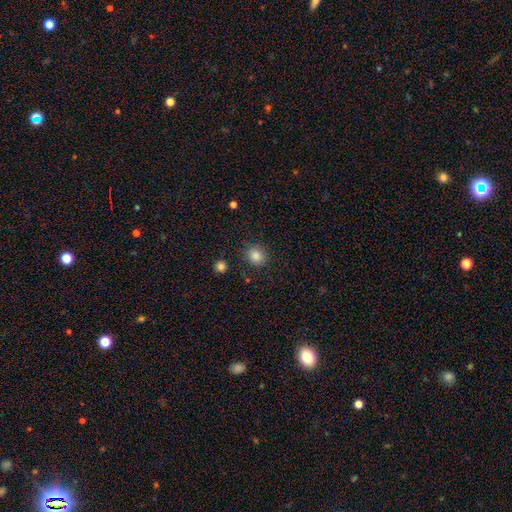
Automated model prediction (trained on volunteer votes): Overall: smooth (85%). How rounded: round (77%). Merging: none (87%).